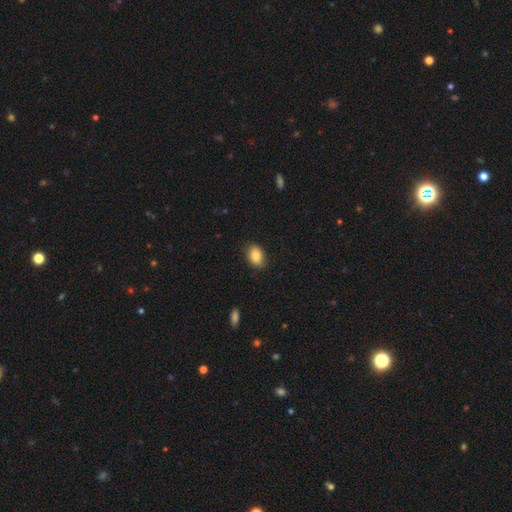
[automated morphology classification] This appears to be a smooth galaxy with no disk features (85%) that is in between round and cigar-shaped (81%). Merging: none (85%).